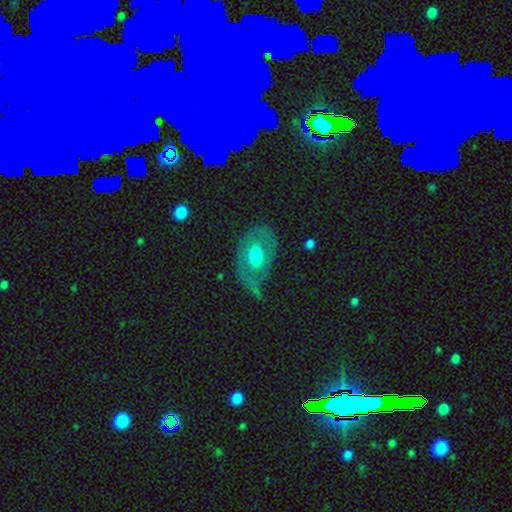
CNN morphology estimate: Smooth or featured? featured or disk (54%)
Edge-on disk? no (91%)
Merging? none (56%)